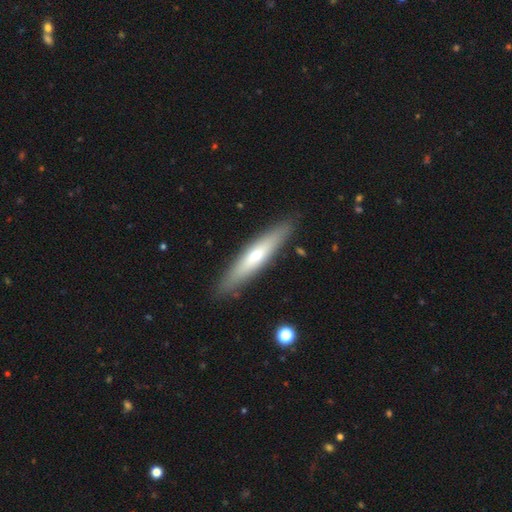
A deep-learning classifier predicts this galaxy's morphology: A smooth galaxy with no disk features (51%) that is cigar-shaped (84%). Merging: none (89%).